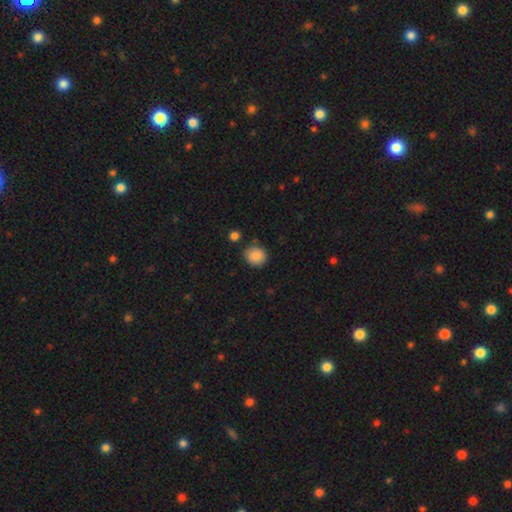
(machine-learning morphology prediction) This is clearly a smooth galaxy (88%). How rounded: likely round (80%). Merging: clearly none (83%).